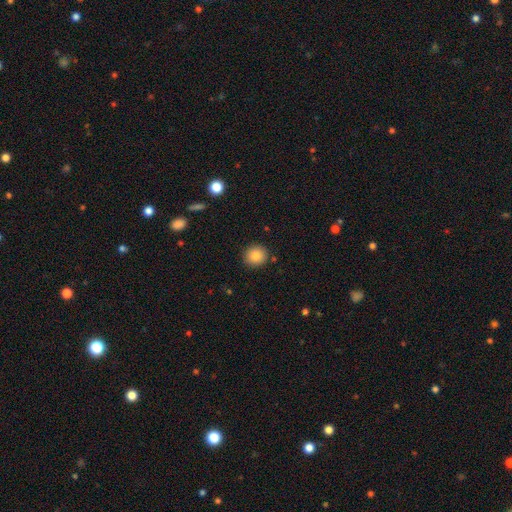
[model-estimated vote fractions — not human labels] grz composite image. It shows a smooth galaxy with no disk features (86%) that is round (90%). Merging: none (89%).